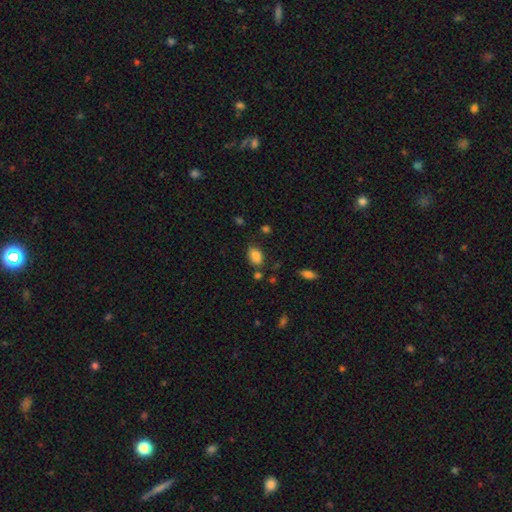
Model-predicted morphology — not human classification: Smooth or featured? Predicted: smooth (p=0.85). How rounded? Predicted: in between (p=0.84). Merging? Predicted: none (p=0.67).